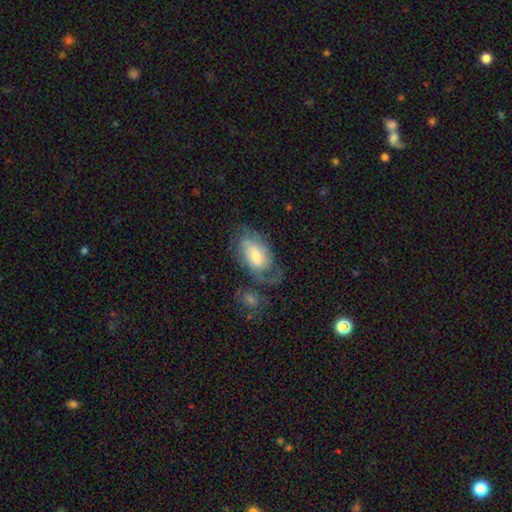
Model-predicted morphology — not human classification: Smooth or featured: featured or disk — 57% (smooth — 36%)
Edge-on disk: no — 94% (yes — 6%)
Bar: no — 57% (weak — 35%)
Spiral arms: yes — 84% (no — 16%)
Bulge size: moderate — 41% (small — 36%)
Merging: none — 47% (minor disturbance — 24%)